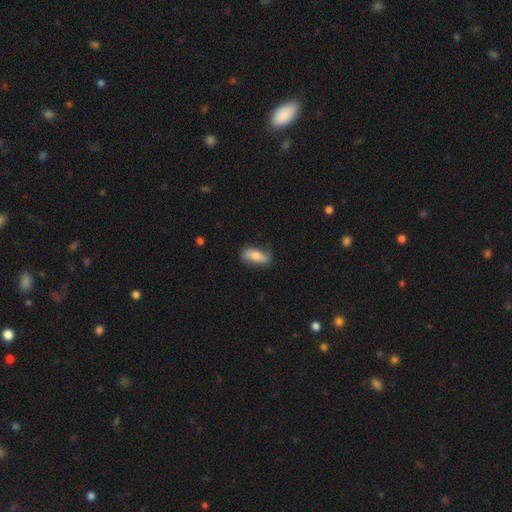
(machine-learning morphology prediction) Smooth or featured: smooth — 69% (featured or disk — 24%)
How rounded: in between — 78% (cigar-shaped — 19%)
Merging: none — 74% (minor disturbance — 20%)